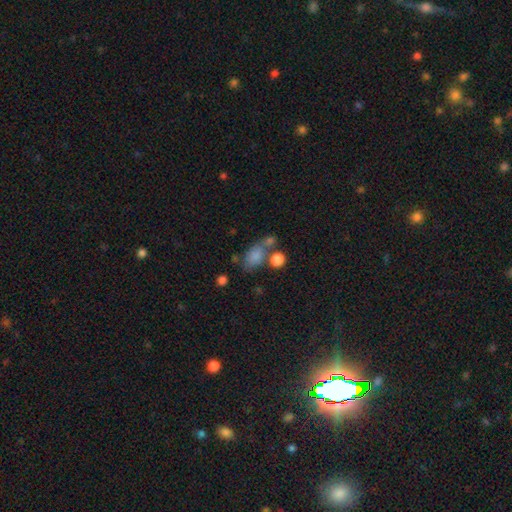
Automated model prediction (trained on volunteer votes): The model was most divided on "merging": none: 45%, merger: 27%, minor disturbance: 18%, major disturbance: 10%. More confident: how rounded — in between (81%); smooth or featured — smooth (80%).